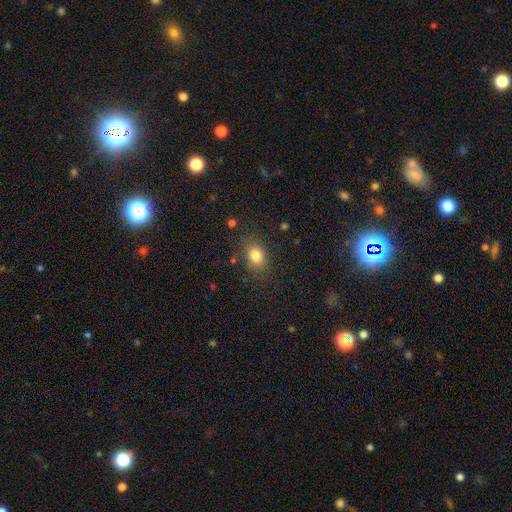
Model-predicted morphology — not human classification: smooth_or_featured: smooth (p=0.81) [alt: star or artifact p=0.11]
how_rounded: in between (p=0.59) [alt: round p=0.40]
merging: none (p=0.79) [alt: minor disturbance p=0.14]